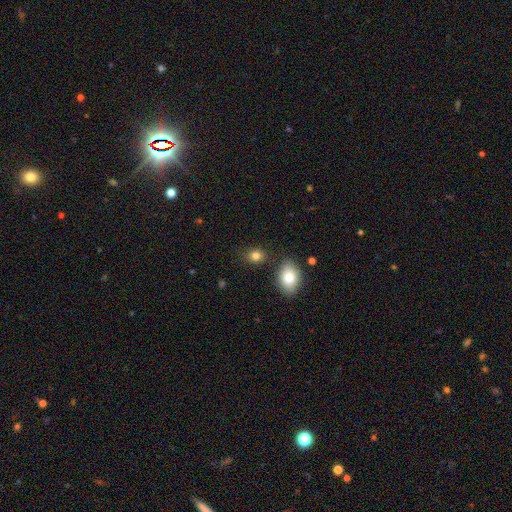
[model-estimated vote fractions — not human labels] smooth_or_featured: smooth (p=0.82) [alt: star or artifact p=0.11]
how_rounded: round (p=0.50) [alt: in between p=0.49]
merging: none (p=0.77) [alt: minor disturbance p=0.13]